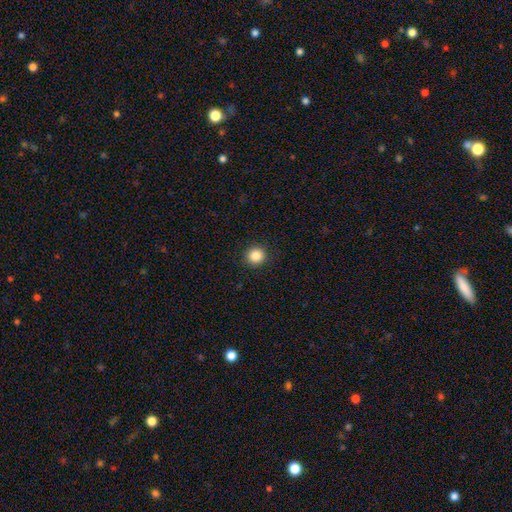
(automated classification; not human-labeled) Q: Smooth or featured?
A: smooth (86%); runner-up: star or artifact (10%)
Q: How rounded?
A: round (93%); runner-up: in between (6%)
Q: Merging?
A: none (92%); runner-up: minor disturbance (5%)